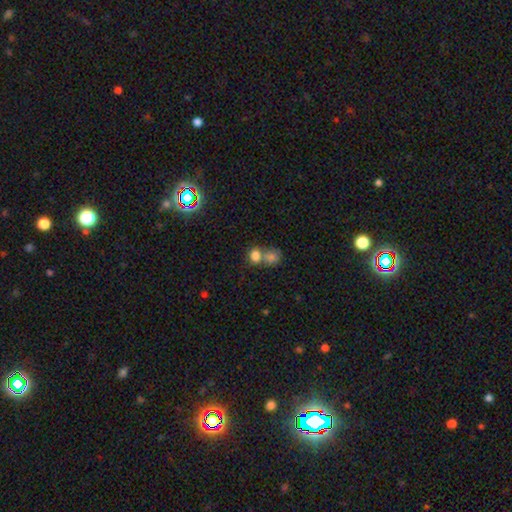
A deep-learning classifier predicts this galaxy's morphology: This appears to be a smooth galaxy with no disk features (78%) that is round (57%). Merging: merger (57%).